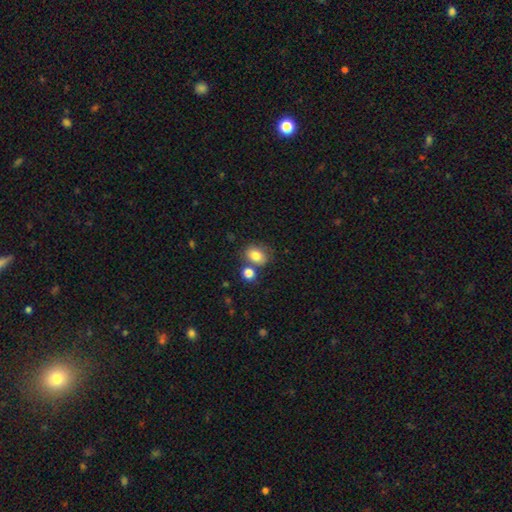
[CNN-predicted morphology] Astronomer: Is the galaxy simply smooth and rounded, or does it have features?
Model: smooth — 80%.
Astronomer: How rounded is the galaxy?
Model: in between — 56% (runner-up: round, 42%).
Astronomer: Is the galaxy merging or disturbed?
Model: none — 54%.